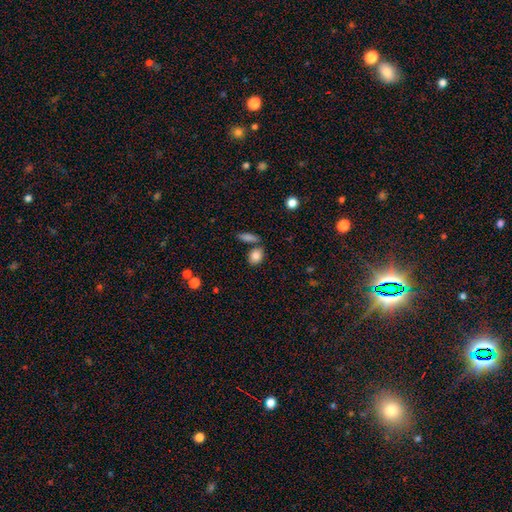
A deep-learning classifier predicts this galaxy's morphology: type=smooth (84%); roundness=in between (64%); merging=none (69%).